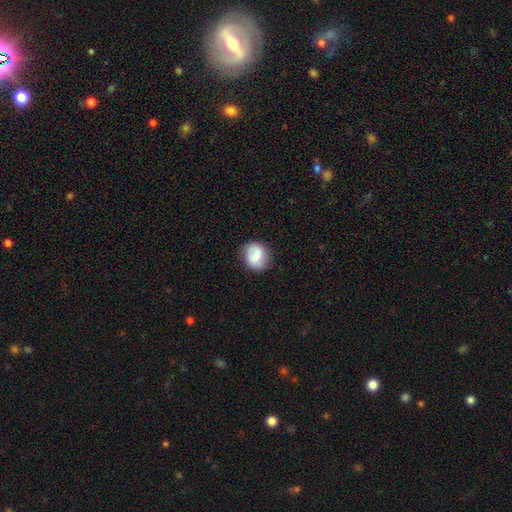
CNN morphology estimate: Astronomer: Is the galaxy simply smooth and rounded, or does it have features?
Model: smooth — 62%.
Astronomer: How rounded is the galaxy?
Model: round — 71%.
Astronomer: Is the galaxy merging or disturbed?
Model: none — 80%.